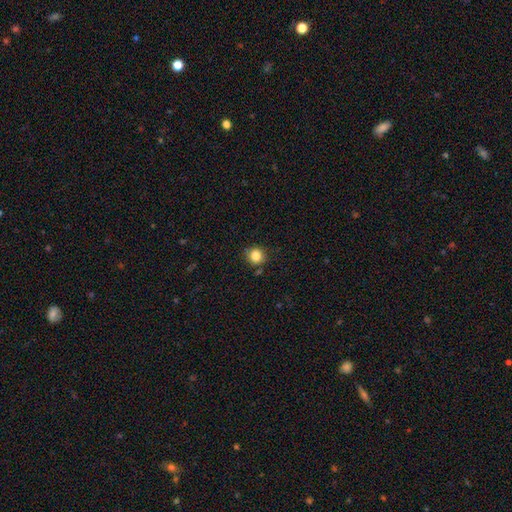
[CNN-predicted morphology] smooth 84%, star or artifact 11%, featured or disk 5%. Down the decision tree: how rounded — round (88%); merging — none (83%).